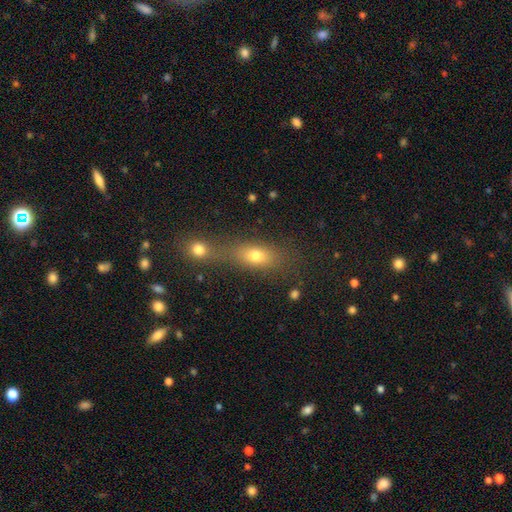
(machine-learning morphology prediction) smooth 72%, featured or disk 15%, star or artifact 14%. Down the decision tree: how rounded — in between (60%); merging — merger (49%).